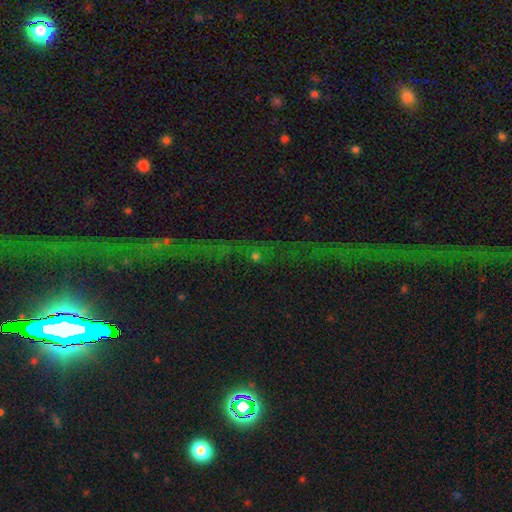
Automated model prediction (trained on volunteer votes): Smooth or featured: star or artifact — 63% (smooth — 20%)